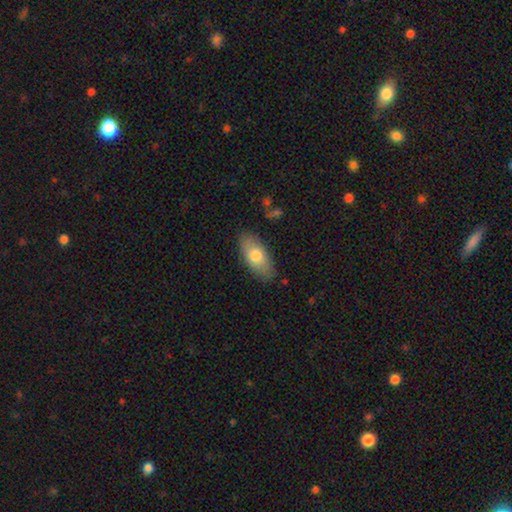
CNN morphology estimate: Smooth or featured? smooth (74%)
How rounded? in between (90%)
Merging? none (82%)